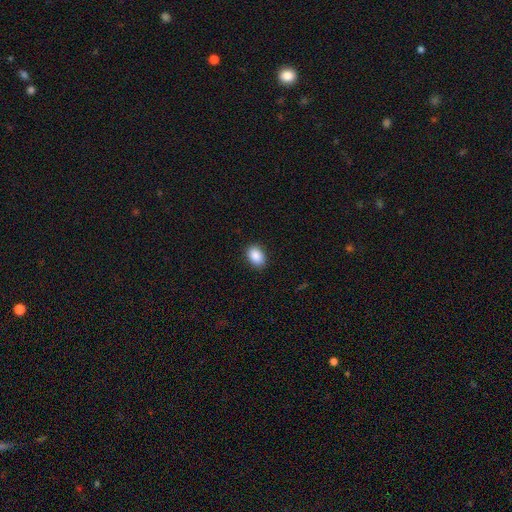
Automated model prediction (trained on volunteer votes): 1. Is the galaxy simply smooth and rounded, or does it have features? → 89% smooth, 8% star or artifact, 3% featured or disk.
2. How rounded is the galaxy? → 82% in between, 17% round, 1% cigar-shaped.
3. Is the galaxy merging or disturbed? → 89% none, 8% minor disturbance, 2% major disturbance, 1% merger.